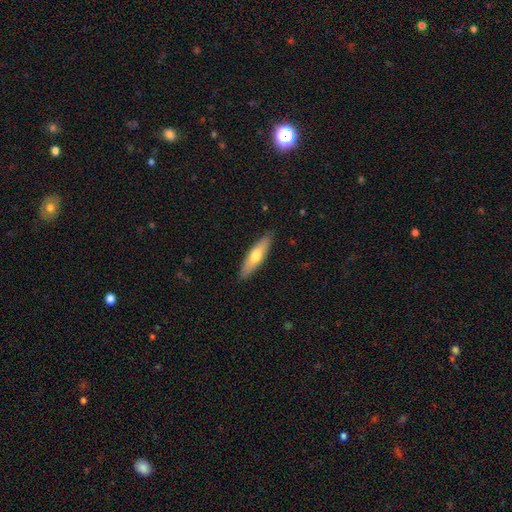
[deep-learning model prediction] Overall: smooth (60%; featured or disk 34%). How rounded: cigar-shaped (68%; in between 30%). Merging: none (88%).